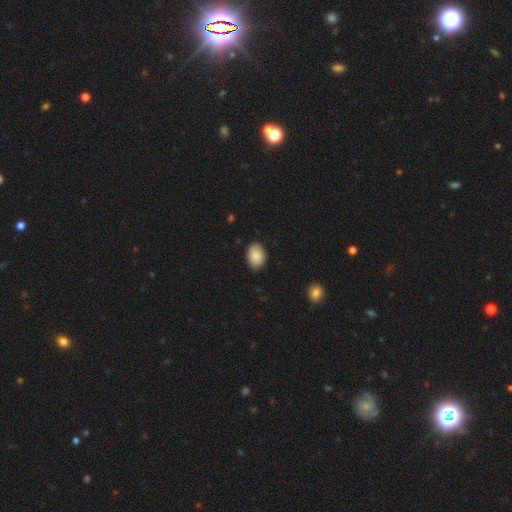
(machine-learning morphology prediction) The model was most divided on "how rounded": in between: 76%, round: 23%, cigar-shaped: 1%. More confident: smooth or featured — smooth (90%); merging — none (87%).